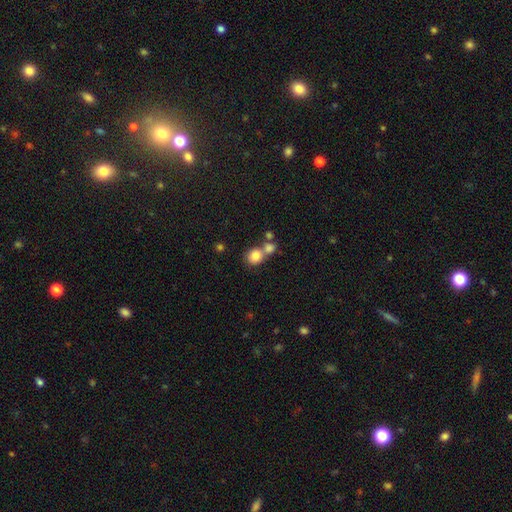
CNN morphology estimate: Smooth or featured? Predicted: smooth (p=0.81). How rounded? Predicted: round (p=0.79). Merging? Predicted: merger (p=0.47).